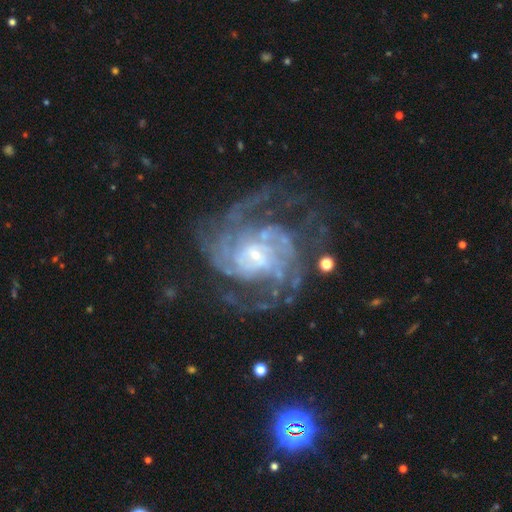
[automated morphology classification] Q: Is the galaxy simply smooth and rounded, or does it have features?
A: featured or disk — 89%.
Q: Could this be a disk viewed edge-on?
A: no — 98%.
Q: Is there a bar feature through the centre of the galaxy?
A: no — 55%.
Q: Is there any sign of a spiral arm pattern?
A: yes — 96%.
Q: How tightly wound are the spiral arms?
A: tight — 44%.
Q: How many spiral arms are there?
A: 2 — 29%.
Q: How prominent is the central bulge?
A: small — 74%.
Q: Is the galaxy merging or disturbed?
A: none — 61%.